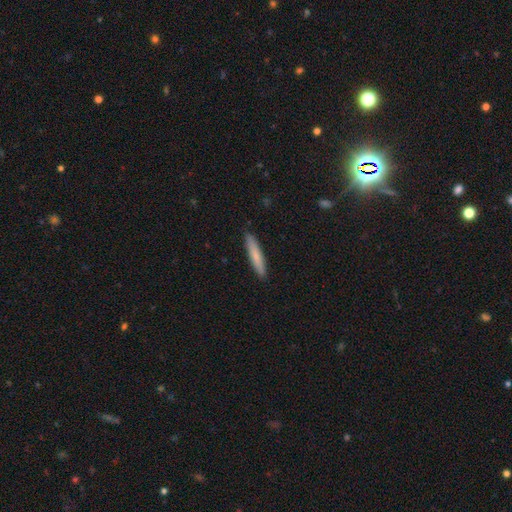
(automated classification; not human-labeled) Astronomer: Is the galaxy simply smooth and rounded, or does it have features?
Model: smooth — 76%.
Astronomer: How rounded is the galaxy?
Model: cigar-shaped — 91%.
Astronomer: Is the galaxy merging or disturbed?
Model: none — 90%.